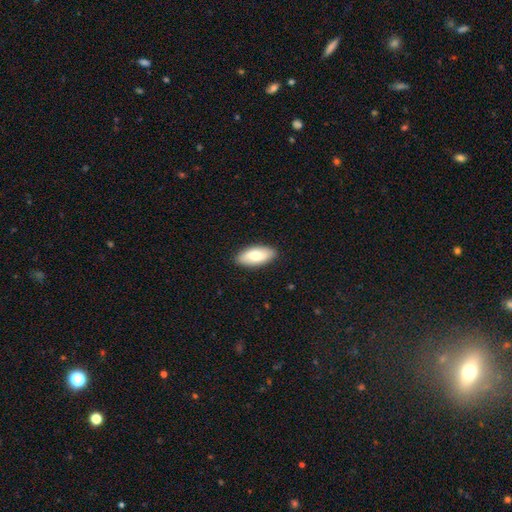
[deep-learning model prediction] Smooth or featured: smooth — 70% (featured or disk — 24%)
How rounded: in between — 91% (cigar-shaped — 7%)
Merging: none — 90% (minor disturbance — 8%)